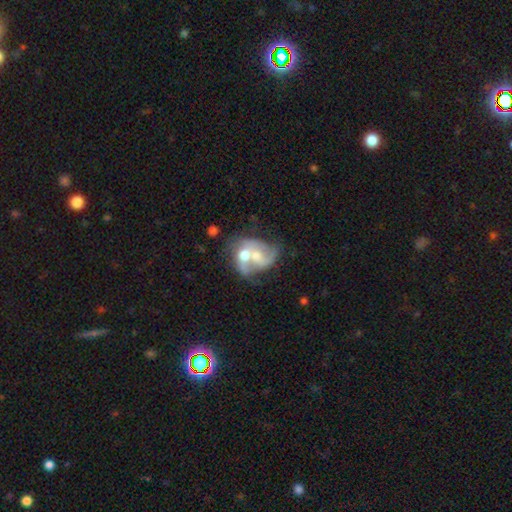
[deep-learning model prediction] Smooth or featured? Predicted: featured or disk (p=0.60). Edge-on disk? Predicted: no (p=0.97). Bar? Predicted: no (p=0.69). Spiral arms? Predicted: yes (p=0.63). Bulge size? Predicted: moderate (p=0.62). Merging? Predicted: merger (p=0.68).